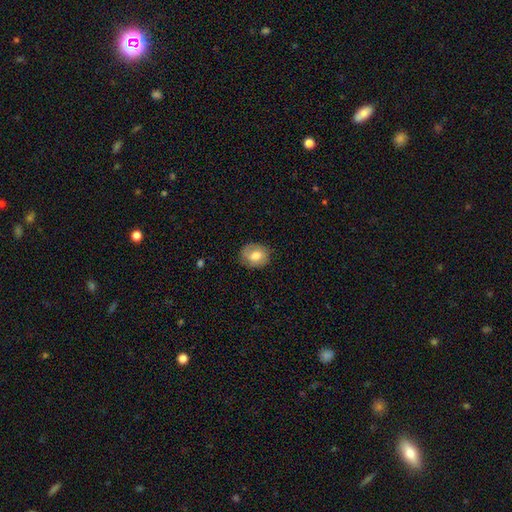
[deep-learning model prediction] A smooth galaxy with no disk features (69%) that is round (56%).

Vote fractions:
- Smooth or featured? smooth: 69% / featured or disk: 23% / star or artifact: 8%
- How rounded? round: 56% / in between: 43% / cigar-shaped: 1%
- Merging? none: 79% / minor disturbance: 16% / major disturbance: 4% / merger: 1%